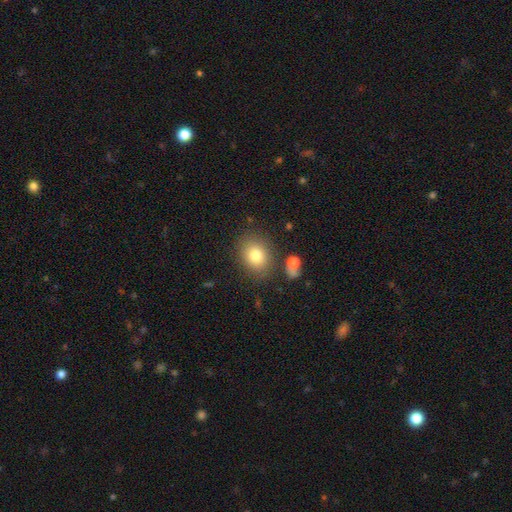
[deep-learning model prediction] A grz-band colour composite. It shows a smooth galaxy with no disk features (80%) that is round (52%). Merging: none (80%).